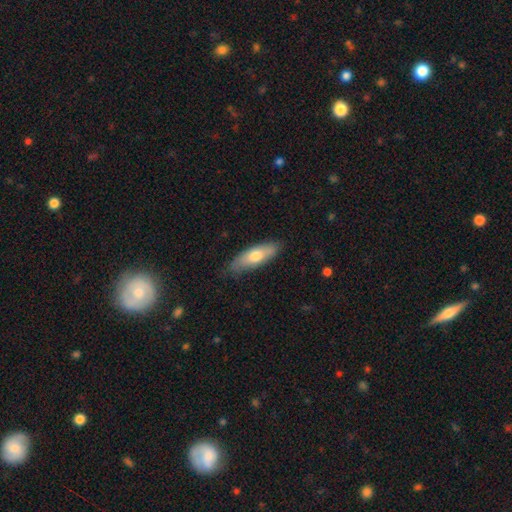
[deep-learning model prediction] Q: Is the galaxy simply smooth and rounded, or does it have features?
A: smooth — 69%.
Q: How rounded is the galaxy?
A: in between — 59%.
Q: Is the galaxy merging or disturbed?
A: none — 77%.